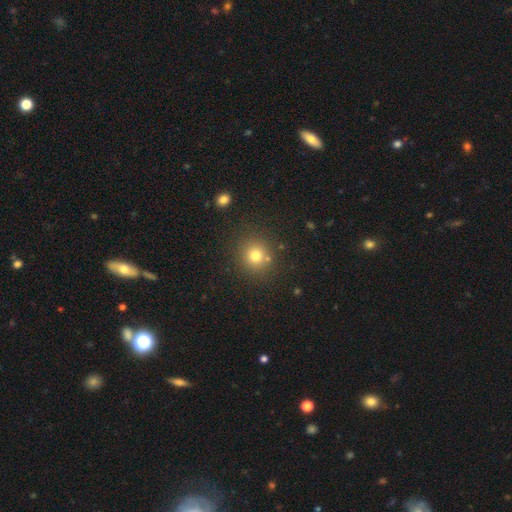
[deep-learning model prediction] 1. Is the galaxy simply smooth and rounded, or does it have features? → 76% smooth, 16% star or artifact, 8% featured or disk.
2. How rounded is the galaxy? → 90% round, 9% in between, 1% cigar-shaped.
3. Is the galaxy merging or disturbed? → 82% none, 8% minor disturbance, 6% merger, 3% major disturbance.